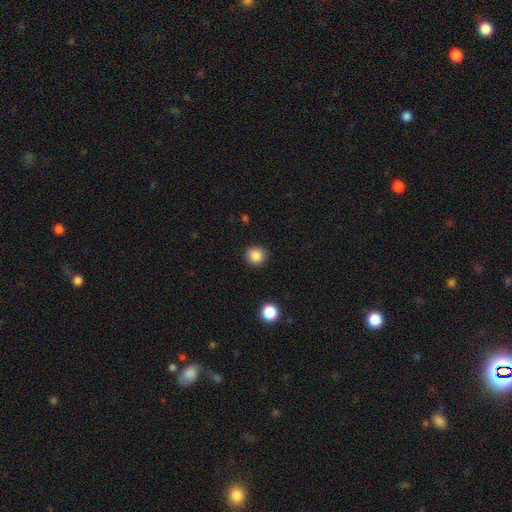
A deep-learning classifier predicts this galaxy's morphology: smooth 85%, star or artifact 10%, featured or disk 4%. Down the decision tree: how rounded — round (92%); merging — none (91%).